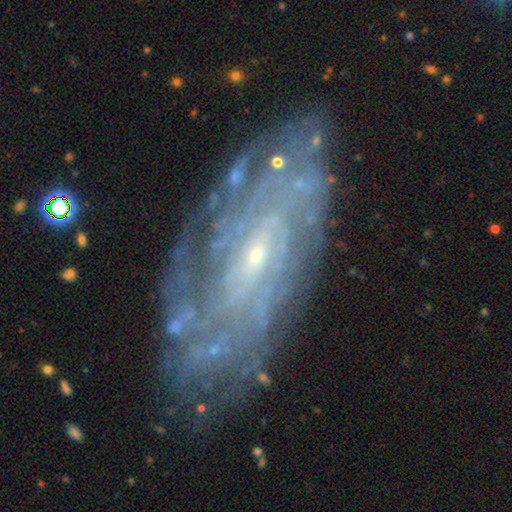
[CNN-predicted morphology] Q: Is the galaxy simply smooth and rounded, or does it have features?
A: featured or disk — 82%.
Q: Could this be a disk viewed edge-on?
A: no — 90%.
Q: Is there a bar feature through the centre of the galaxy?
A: no — 48%.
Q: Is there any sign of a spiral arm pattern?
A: yes — 92%.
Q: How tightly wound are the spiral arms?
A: tight — 69%.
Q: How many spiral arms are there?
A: can't tell — 50%.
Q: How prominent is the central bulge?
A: small — 79%.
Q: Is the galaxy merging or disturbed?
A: none — 79%.